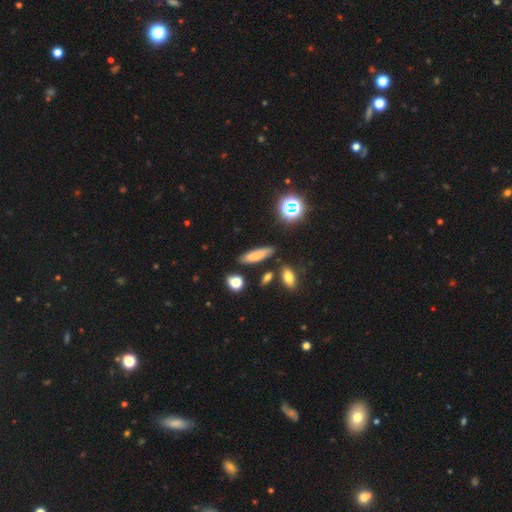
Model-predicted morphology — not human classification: The model was most divided on "how rounded": cigar-shaped: 58%, in between: 38%, round: 4%. More confident: merging — none (79%); smooth or featured — smooth (72%).